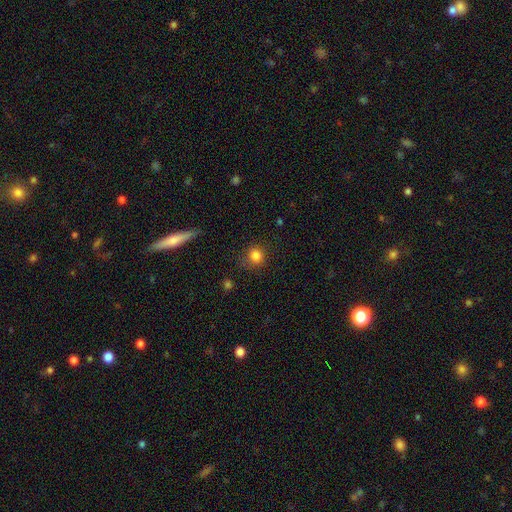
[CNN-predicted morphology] smooth_or_featured: smooth (p=0.84) [alt: star or artifact p=0.12]
how_rounded: round (p=0.85) [alt: in between p=0.14]
merging: none (p=0.79) [alt: minor disturbance p=0.14]